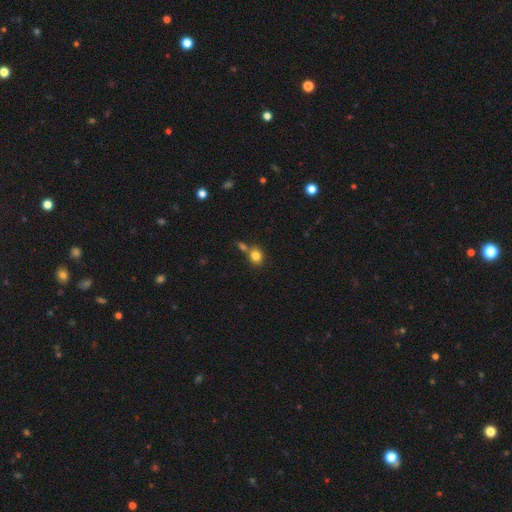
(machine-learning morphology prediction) smooth_or_featured: smooth (p=0.82) [alt: star or artifact p=0.11]
how_rounded: round (p=0.68) [alt: in between p=0.31]
merging: none (p=0.58) [alt: merger p=0.26]